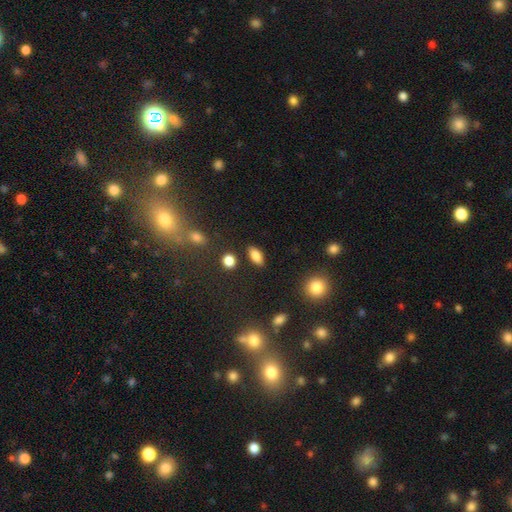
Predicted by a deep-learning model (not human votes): This appears to be a smooth galaxy with no disk features (84%) that is in between round and cigar-shaped (86%). Merging: none (84%).